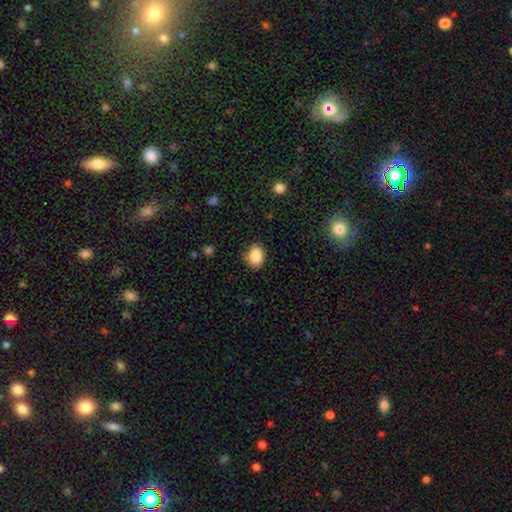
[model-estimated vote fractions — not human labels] A smooth galaxy with no disk features (87%) that is in between round and cigar-shaped (56%). Merging: none (81%).